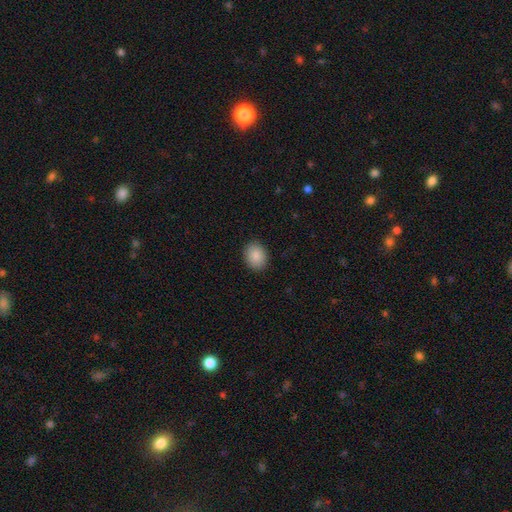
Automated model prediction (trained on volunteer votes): The model was most divided on "how rounded": in between: 53%, round: 47%, cigar-shaped: 1%. More confident: merging — none (89%); smooth or featured — smooth (87%).